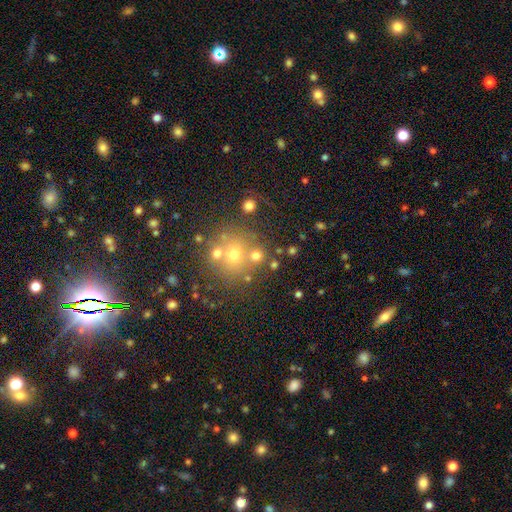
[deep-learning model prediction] This is likely a smooth galaxy (63%). How rounded: clearly round (85%). Merging: likely none (64%).